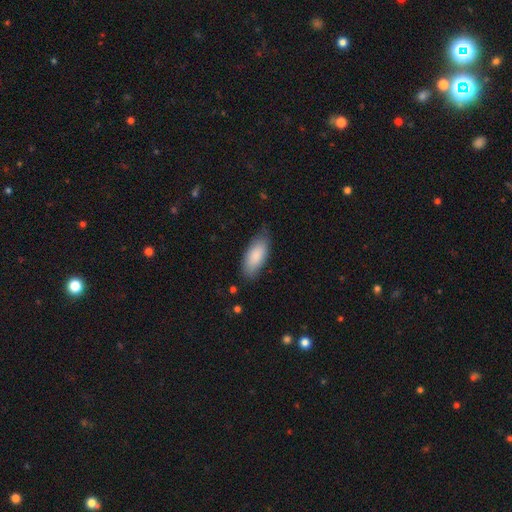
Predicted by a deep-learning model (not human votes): Smooth or featured: smooth — 86% (featured or disk — 8%)
How rounded: in between — 87% (cigar-shaped — 11%)
Merging: none — 75% (minor disturbance — 20%)